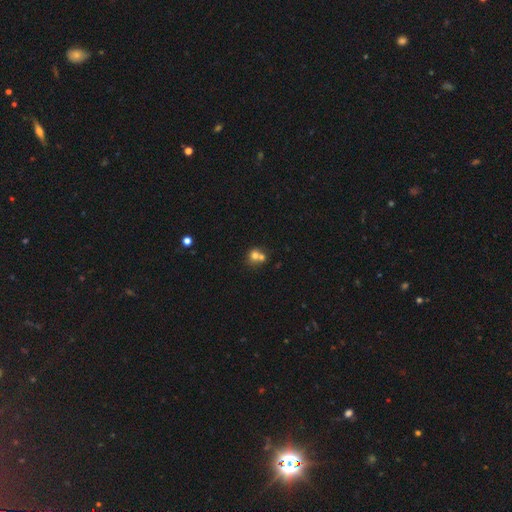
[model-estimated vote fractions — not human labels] Smooth or featured? smooth (70%)
How rounded? round (79%)
Merging? merger (56%)